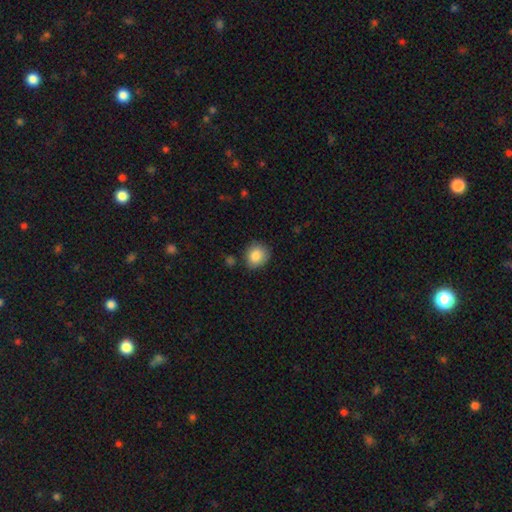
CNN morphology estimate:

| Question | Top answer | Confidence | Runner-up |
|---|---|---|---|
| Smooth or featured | smooth | 85% | star or artifact (8%) |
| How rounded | round | 75% | in between (24%) |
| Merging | none | 81% | minor disturbance (13%) |